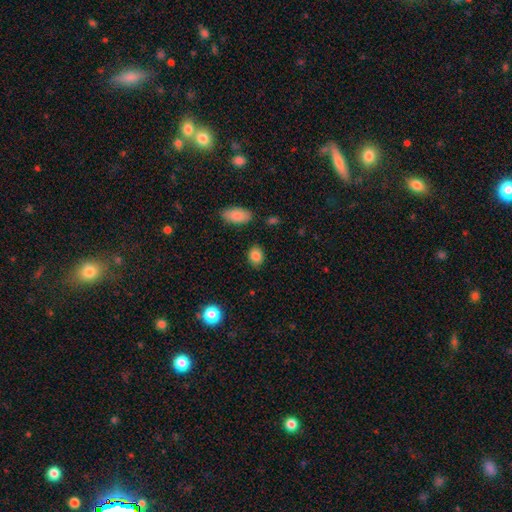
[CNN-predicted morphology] Overall: smooth (86%). How rounded: in between (63%; round 35%). Merging: none (85%).